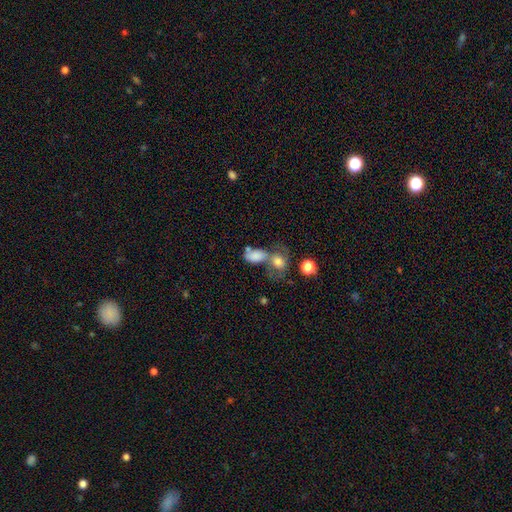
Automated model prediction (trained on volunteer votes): Smooth or featured?
  - smooth: 75% *
  - featured or disk: 16%
  - star or artifact: 10%
How rounded?
  - in between: 83% *
  - round: 15%
  - cigar-shaped: 2%
Merging?
  - merger: 58% *
  - none: 20%
  - major disturbance: 12%
  - minor disturbance: 11%